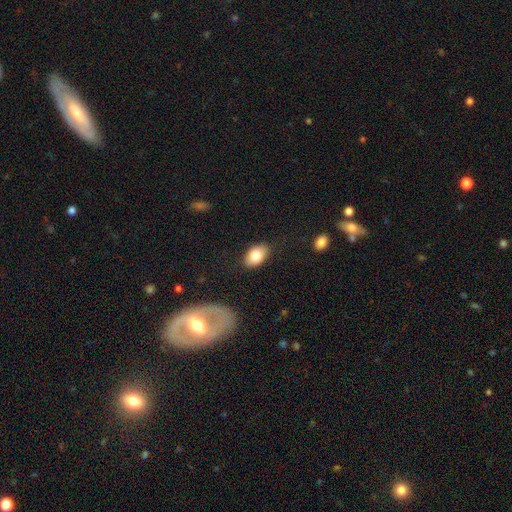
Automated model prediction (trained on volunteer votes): This is clearly a smooth galaxy (82%). How rounded: clearly in between (89%). Merging: clearly none (82%).